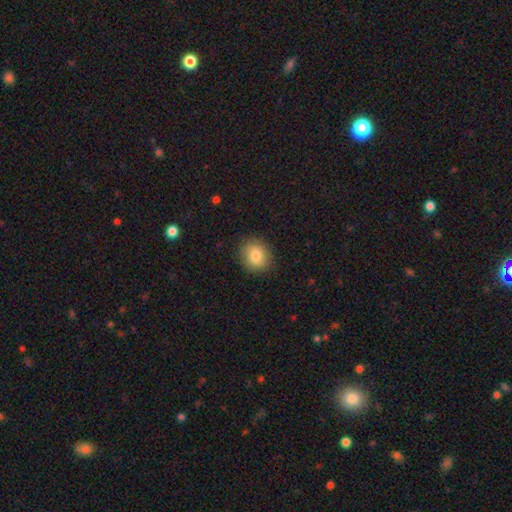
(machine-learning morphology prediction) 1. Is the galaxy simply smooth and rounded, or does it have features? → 82% smooth, 9% featured or disk, 9% star or artifact.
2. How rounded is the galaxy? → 69% round, 30% in between, 1% cigar-shaped.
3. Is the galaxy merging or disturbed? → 88% none, 8% minor disturbance, 3% major disturbance, 1% merger.